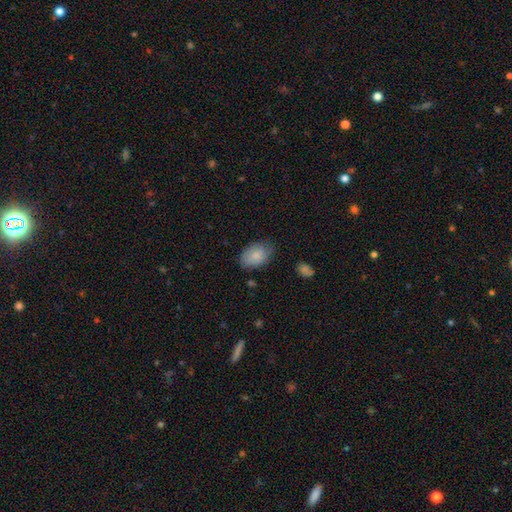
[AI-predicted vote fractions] smooth 84%, featured or disk 10%, star or artifact 7%. Down the decision tree: how rounded — in between (85%); merging — none (72%).